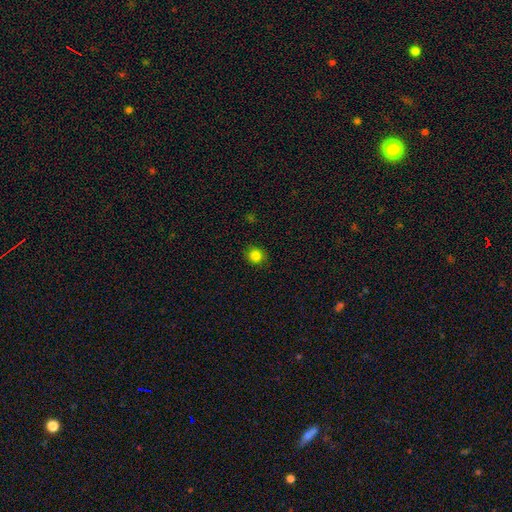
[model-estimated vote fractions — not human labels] Smooth or featured? smooth (84%)
How rounded? round (87%)
Merging? none (87%)